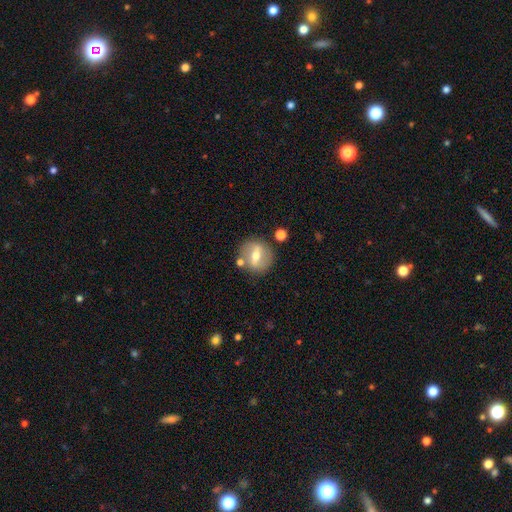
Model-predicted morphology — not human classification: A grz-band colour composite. It shows a featured or disk galaxy (56%). Merging: none (78%).